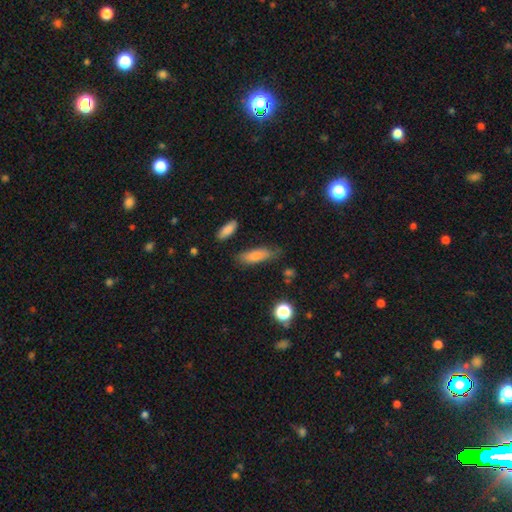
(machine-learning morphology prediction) Smooth or featured? Predicted: smooth (p=0.82). How rounded? Predicted: in between (p=0.56). Merging? Predicted: none (p=0.73).